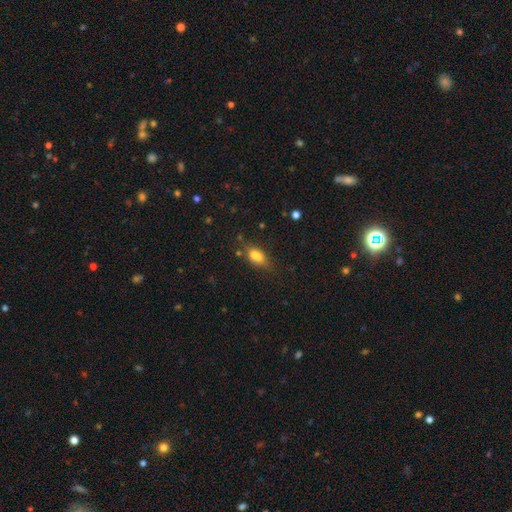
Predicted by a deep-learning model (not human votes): Smooth or featured? smooth (76%)
How rounded? in between (80%)
Merging? none (61%)